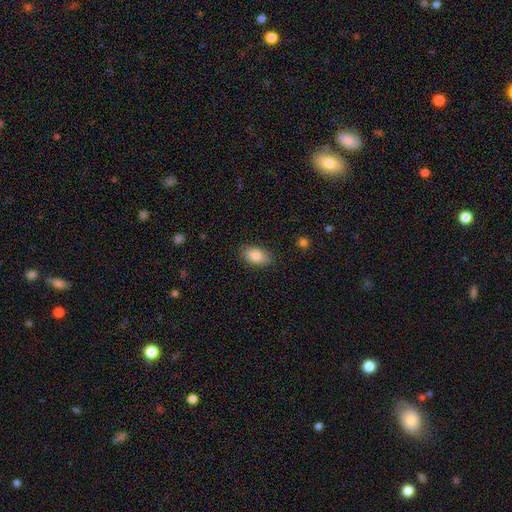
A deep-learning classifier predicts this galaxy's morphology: This is clearly a smooth galaxy (84%). How rounded: clearly in between (92%). Merging: clearly none (86%).